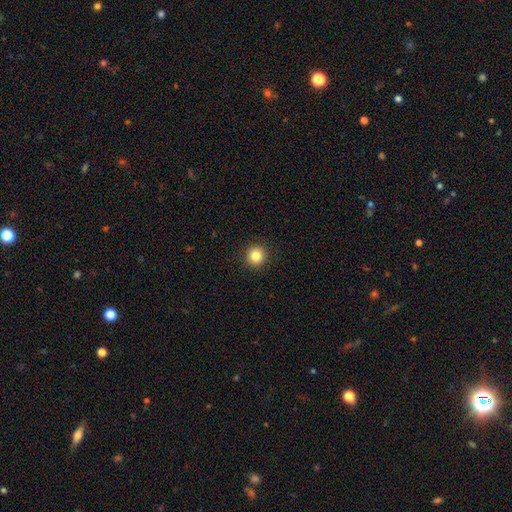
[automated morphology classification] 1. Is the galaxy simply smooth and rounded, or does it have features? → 84% smooth, 11% star or artifact, 5% featured or disk.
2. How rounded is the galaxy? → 94% round, 5% in between, 1% cigar-shaped.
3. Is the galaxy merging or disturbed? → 92% none, 5% minor disturbance, 2% major disturbance, 1% merger.